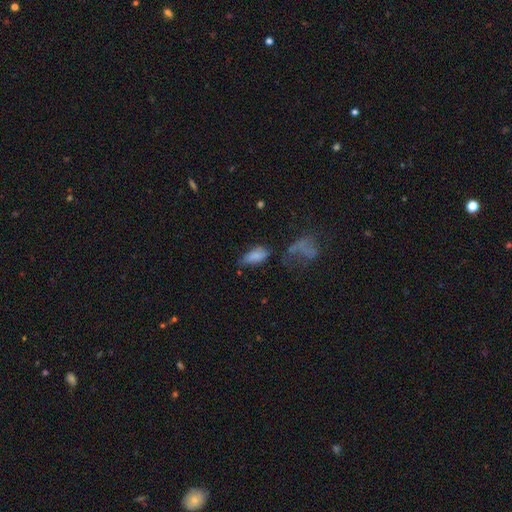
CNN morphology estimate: Q: Smooth or featured?
A: smooth (76%); runner-up: featured or disk (14%)
Q: How rounded?
A: in between (82%); runner-up: cigar-shaped (15%)
Q: Merging?
A: none (42%); runner-up: minor disturbance (27%)